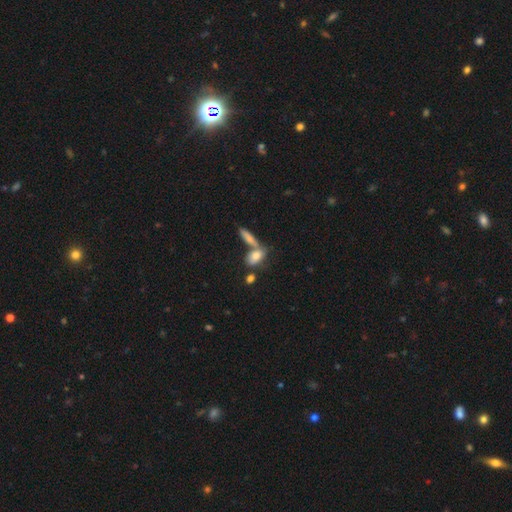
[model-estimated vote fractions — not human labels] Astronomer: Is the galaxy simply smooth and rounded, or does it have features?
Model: smooth — 76%.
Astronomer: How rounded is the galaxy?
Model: in between — 80%.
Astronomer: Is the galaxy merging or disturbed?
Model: none — 42% (runner-up: merger, 41%).